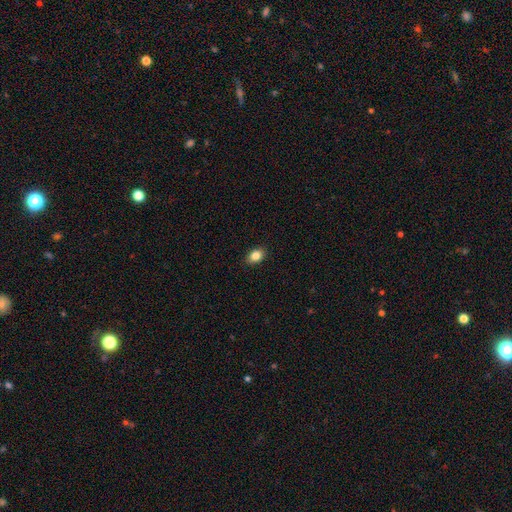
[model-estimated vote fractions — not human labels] smooth-or-featured: smooth: 85% | star or artifact: 9% | featured or disk: 7%
  how-rounded: in between: 78% | round: 21% | cigar-shaped: 1%
  merging: none: 89% | minor disturbance: 8% | major disturbance: 2% | merger: 1%